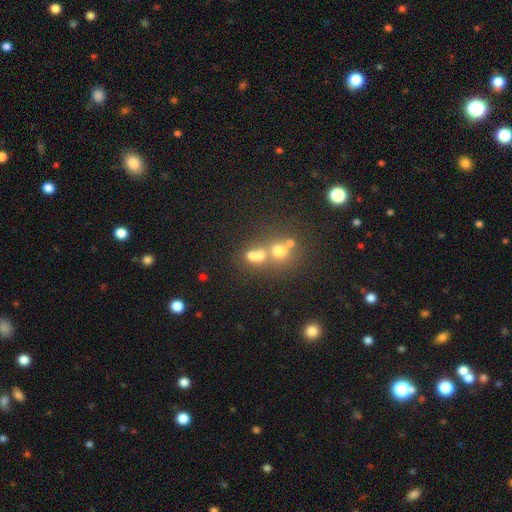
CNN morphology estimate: A smooth galaxy with no disk features (61%) that is round (70%). Merging: merger (56%).